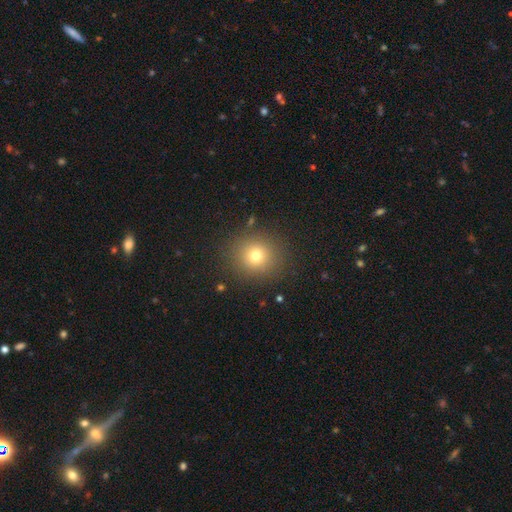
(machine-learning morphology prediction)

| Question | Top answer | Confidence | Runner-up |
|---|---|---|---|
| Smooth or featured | smooth | 74% | star or artifact (16%) |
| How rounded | round | 88% | in between (11%) |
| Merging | none | 88% | minor disturbance (7%) |